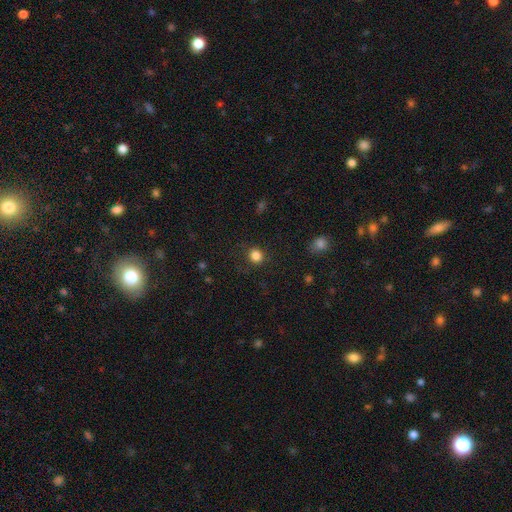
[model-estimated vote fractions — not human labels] Overall: smooth (84%). How rounded: round (85%). Merging: none (86%).